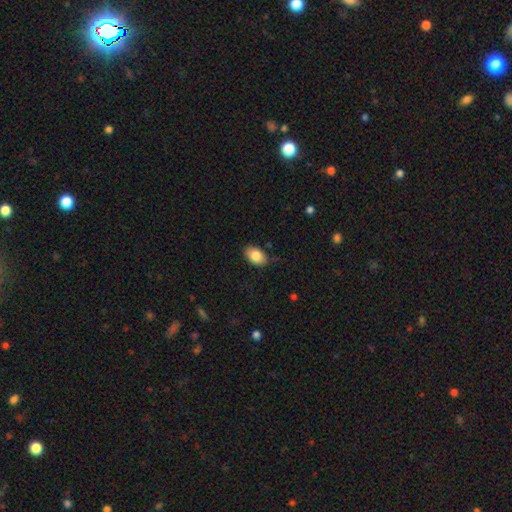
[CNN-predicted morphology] Q: Smooth or featured?
A: smooth (84%); runner-up: featured or disk (9%)
Q: How rounded?
A: in between (90%); runner-up: round (9%)
Q: Merging?
A: none (82%); runner-up: minor disturbance (14%)